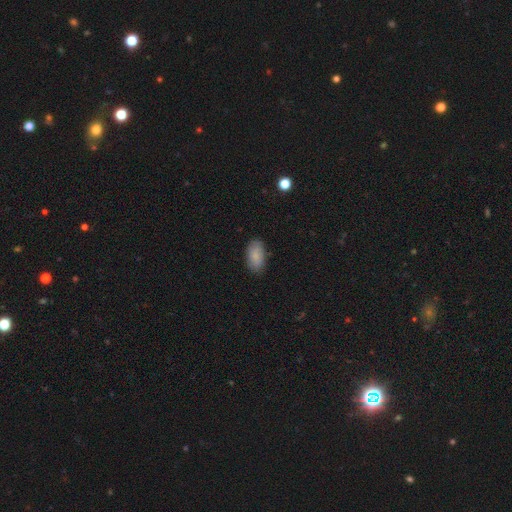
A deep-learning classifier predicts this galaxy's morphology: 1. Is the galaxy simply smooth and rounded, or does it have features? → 85% smooth, 8% featured or disk, 7% star or artifact.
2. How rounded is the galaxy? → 94% in between, 4% round, 2% cigar-shaped.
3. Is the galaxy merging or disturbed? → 82% none, 14% minor disturbance, 3% major disturbance, 1% merger.